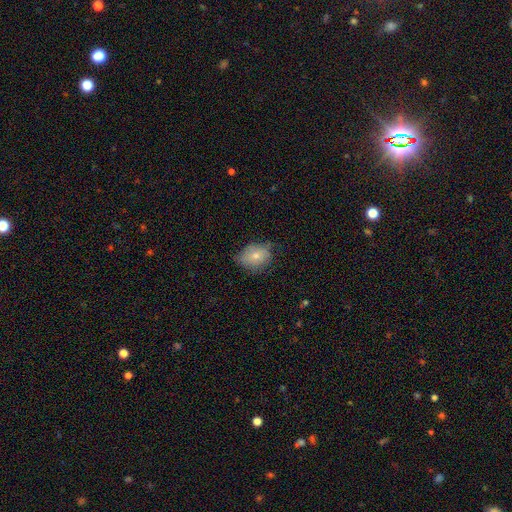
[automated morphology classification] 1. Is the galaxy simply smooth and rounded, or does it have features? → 73% smooth, 18% featured or disk, 9% star or artifact.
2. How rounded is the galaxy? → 62% in between, 37% round, 1% cigar-shaped.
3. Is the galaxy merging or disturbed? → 59% none, 32% minor disturbance, 8% major disturbance, 1% merger.